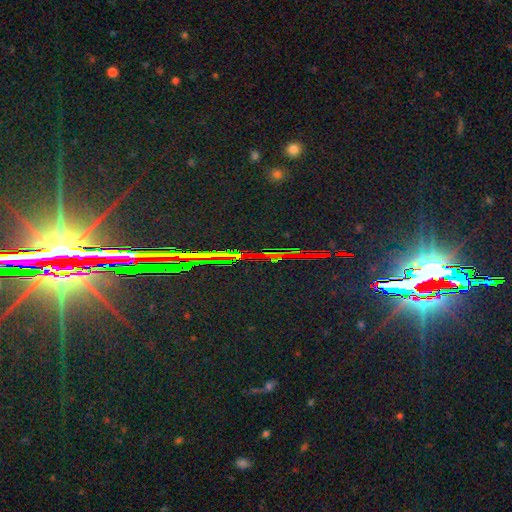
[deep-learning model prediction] smooth-or-featured: star or artifact: 86% | featured or disk: 8% | smooth: 6%